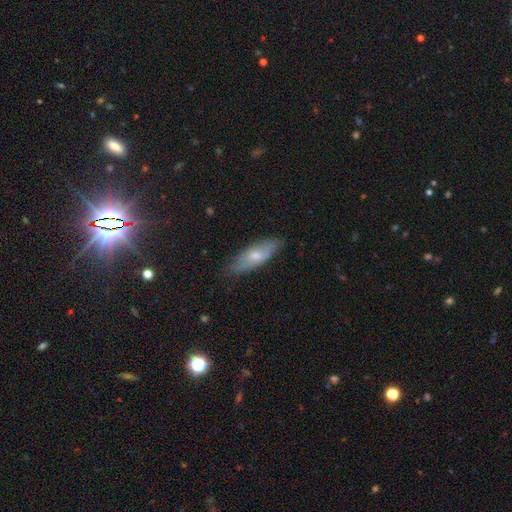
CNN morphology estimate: Overall: smooth (59%; featured or disk 34%). How rounded: in between (63%; cigar-shaped 35%). Merging: none (77%).